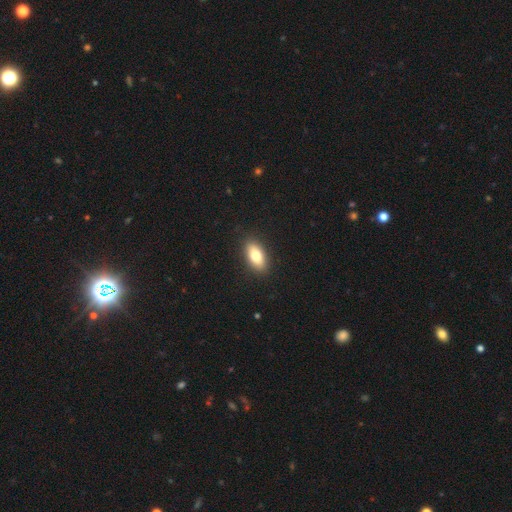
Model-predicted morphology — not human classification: This is likely a smooth galaxy (79%). How rounded: clearly in between (87%). Merging: clearly none (90%).